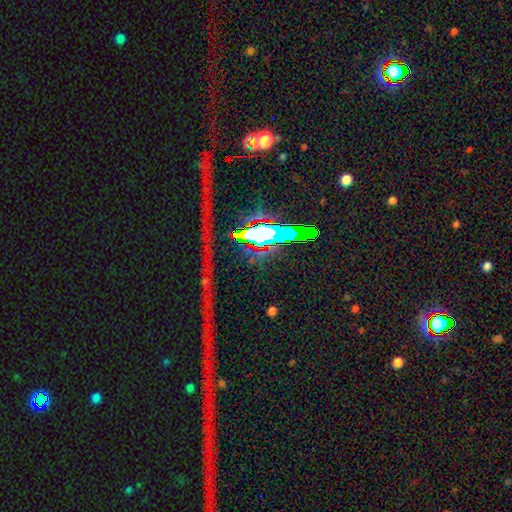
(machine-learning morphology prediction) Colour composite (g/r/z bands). It shows a star or artifact, not a galaxy (81%).